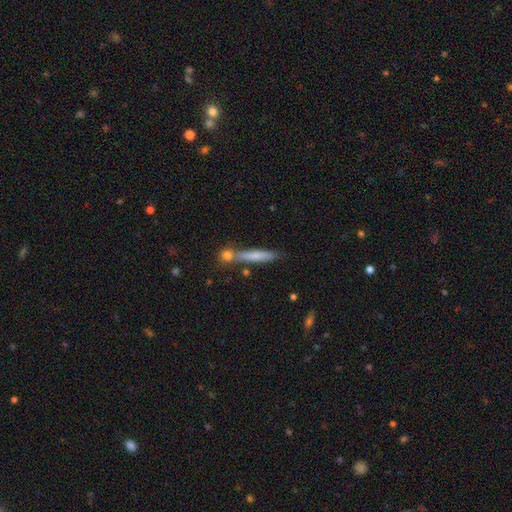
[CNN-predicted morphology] Overall: smooth (69%). How rounded: cigar-shaped (90%). Merging: none (68%).